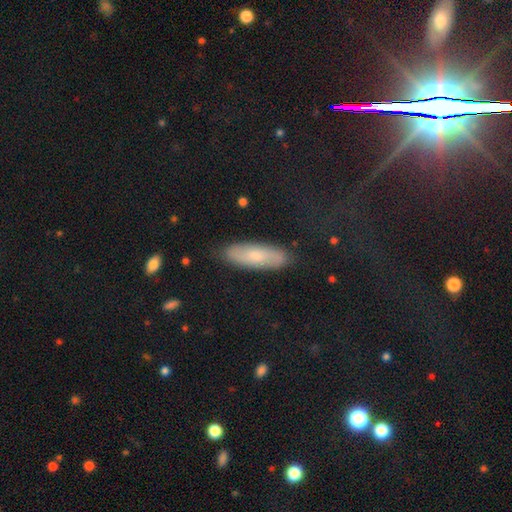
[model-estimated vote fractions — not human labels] A smooth galaxy with no disk features (66%) that is in between round and cigar-shaped (51%). Merging: none (85%).